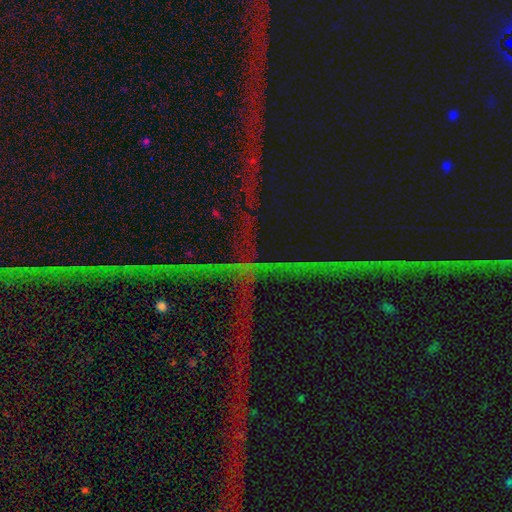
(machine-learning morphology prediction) Overall: star or artifact (83%).